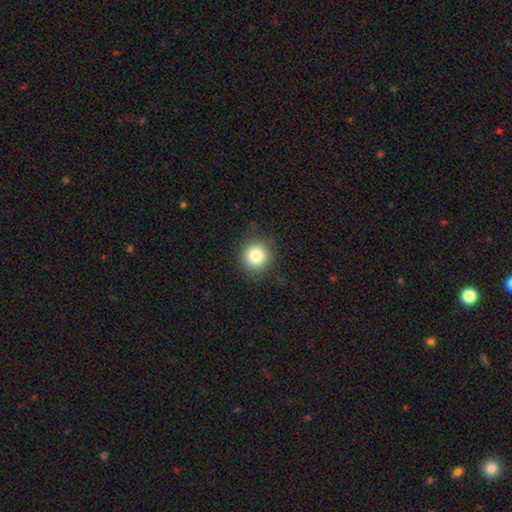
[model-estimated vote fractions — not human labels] Morphology: type=smooth (81%); roundness=round (91%); merging=none (88%).